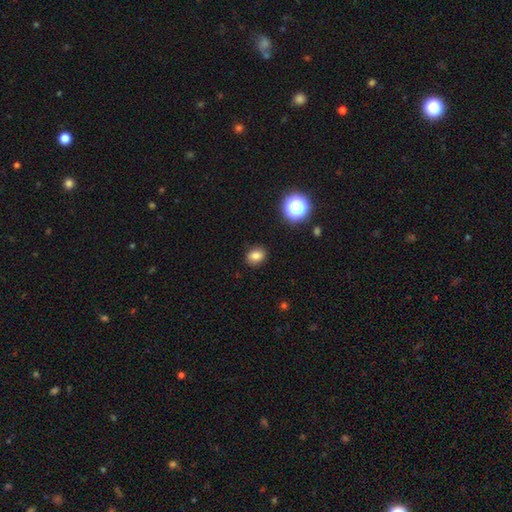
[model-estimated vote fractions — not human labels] A smooth galaxy with no disk features (81%) that is in between round and cigar-shaped (53%).

Vote fractions:
- Smooth or featured? smooth: 81% / star or artifact: 13% / featured or disk: 6%
- How rounded? in between: 53% / round: 46% / cigar-shaped: 1%
- Merging? none: 88% / minor disturbance: 9% / major disturbance: 2% / merger: 1%